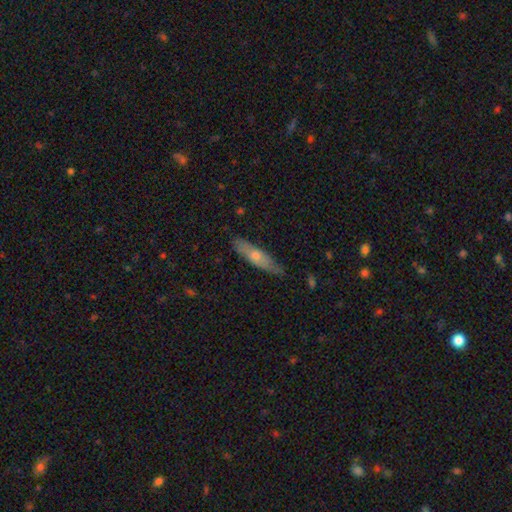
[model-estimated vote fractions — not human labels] The model was most divided on "smooth or featured": smooth: 50%, featured or disk: 44%, star or artifact: 6%. More confident: merging — none (79%); how rounded — cigar-shaped (74%).